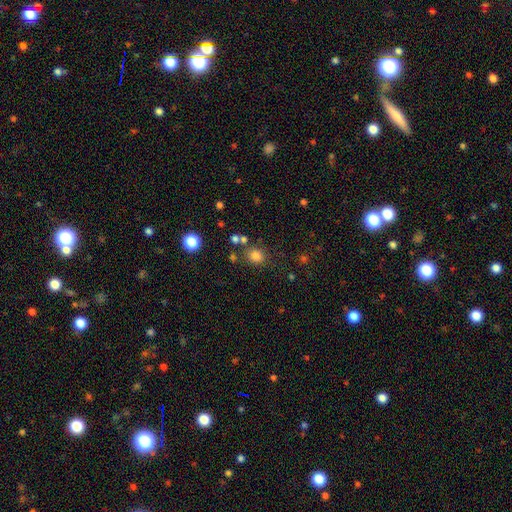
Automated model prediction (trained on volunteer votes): smooth_or_featured: smooth (p=0.79) [alt: star or artifact p=0.15]
how_rounded: round (p=0.72) [alt: in between p=0.27]
merging: none (p=0.76) [alt: minor disturbance p=0.11]